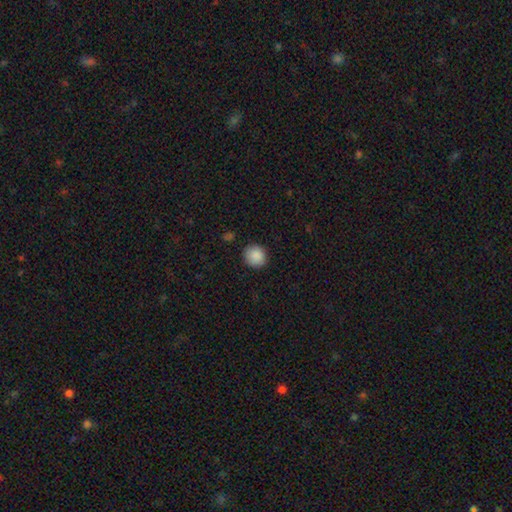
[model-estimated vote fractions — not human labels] Smooth or featured: smooth — 89% (star or artifact — 8%)
How rounded: round — 87% (in between — 12%)
Merging: none — 88% (minor disturbance — 9%)